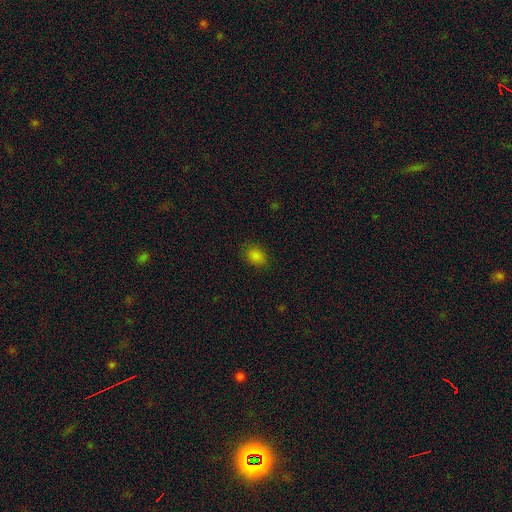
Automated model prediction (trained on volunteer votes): Morphology: type=smooth (83%); roundness=in between (66%); merging=none (84%).